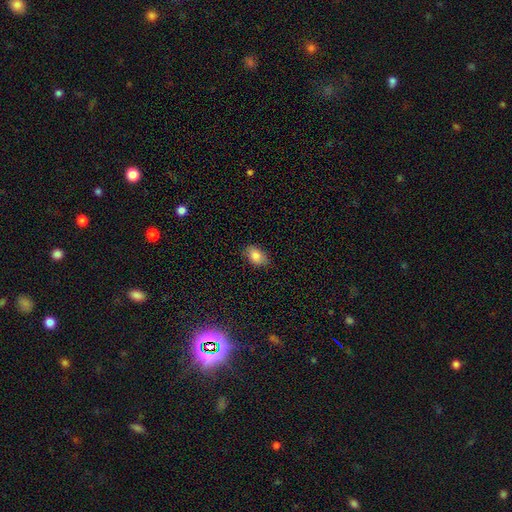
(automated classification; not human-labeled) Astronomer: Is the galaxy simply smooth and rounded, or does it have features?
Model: smooth — 83%.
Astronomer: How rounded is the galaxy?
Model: in between — 89%.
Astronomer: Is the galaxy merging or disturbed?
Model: none — 80%.